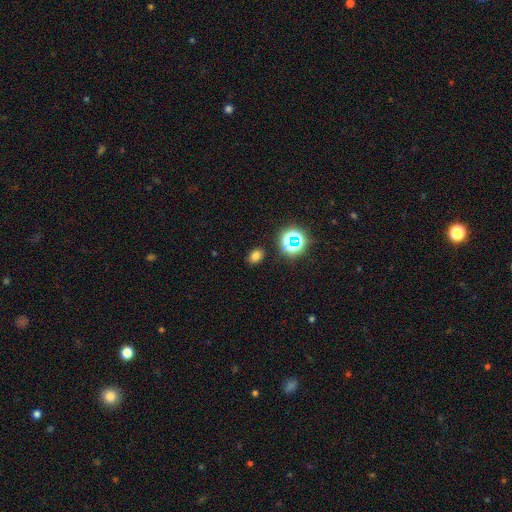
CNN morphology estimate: This is likely a smooth galaxy (72%). How rounded: likely in between (68%). Merging: clearly none (87%).